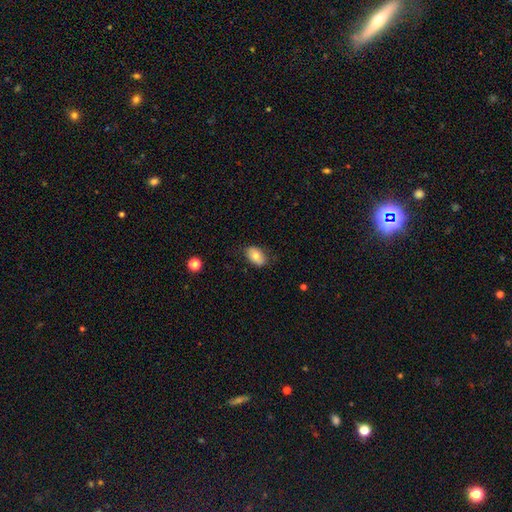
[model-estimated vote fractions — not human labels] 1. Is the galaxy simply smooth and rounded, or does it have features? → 76% smooth, 16% featured or disk, 8% star or artifact.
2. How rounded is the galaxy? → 88% in between, 11% round, 1% cigar-shaped.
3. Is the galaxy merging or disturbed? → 79% none, 16% minor disturbance, 3% major disturbance, 1% merger.